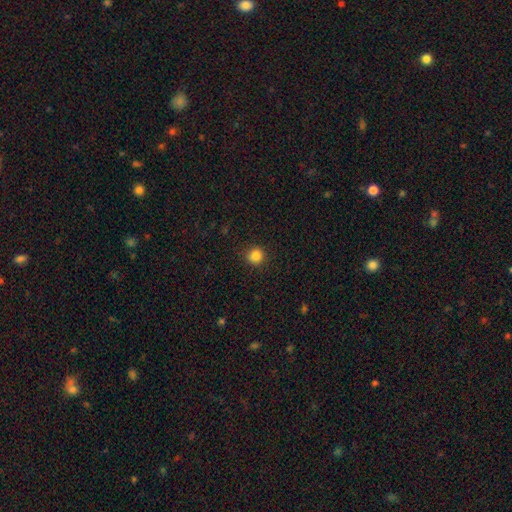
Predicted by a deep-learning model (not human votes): The model was most divided on "smooth or featured": smooth: 85%, star or artifact: 11%, featured or disk: 4%. More confident: how rounded — round (92%); merging — none (91%).